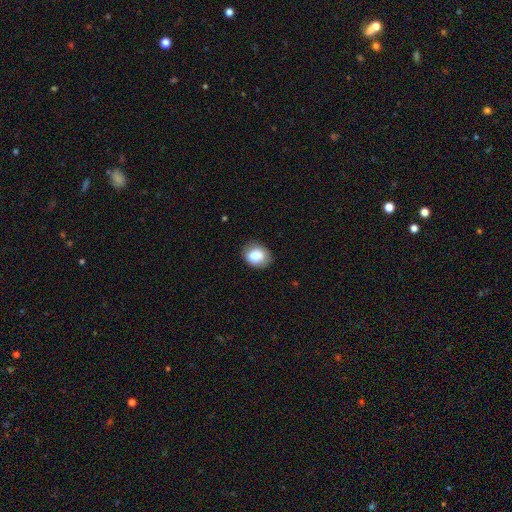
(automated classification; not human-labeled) smooth_or_featured: smooth (p=0.85) [alt: star or artifact p=0.08]
how_rounded: in between (p=0.54) [alt: round p=0.45]
merging: none (p=0.76) [alt: minor disturbance p=0.18]